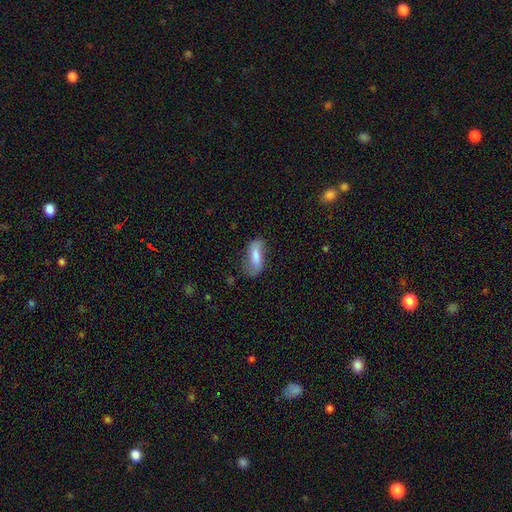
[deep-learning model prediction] The model was most divided on "smooth or featured": smooth: 61%, featured or disk: 31%, star or artifact: 7%. More confident: how rounded — in between (69%); merging — none (61%).